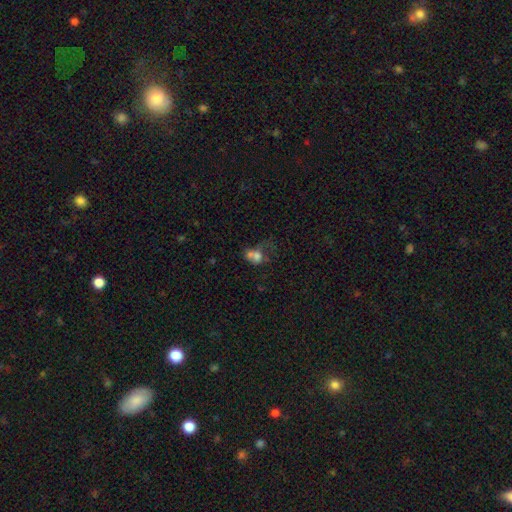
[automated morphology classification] Smooth or featured? smooth (65%)
How rounded? in between (50%)
Merging? merger (52%)